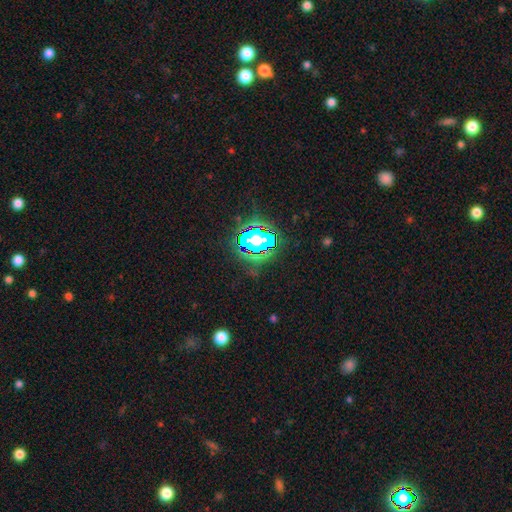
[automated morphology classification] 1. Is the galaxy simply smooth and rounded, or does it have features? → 82% star or artifact, 11% smooth, 7% featured or disk.